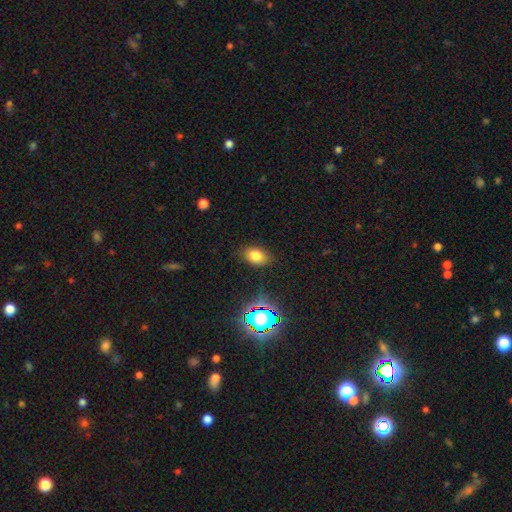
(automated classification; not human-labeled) smooth-or-featured: smooth: 77% | star or artifact: 15% | featured or disk: 8%
  how-rounded: in between: 82% | round: 16% | cigar-shaped: 1%
  merging: none: 84% | minor disturbance: 11% | major disturbance: 3% | merger: 1%